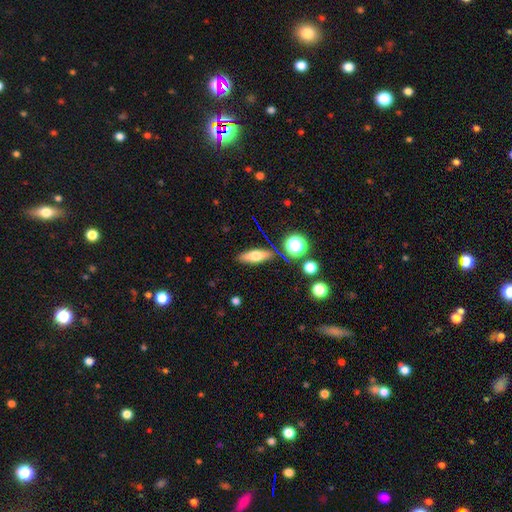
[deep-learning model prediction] Q: Smooth or featured?
A: smooth (61%); runner-up: featured or disk (29%)
Q: How rounded?
A: in between (48%); runner-up: cigar-shaped (46%)
Q: Merging?
A: none (84%); runner-up: minor disturbance (10%)